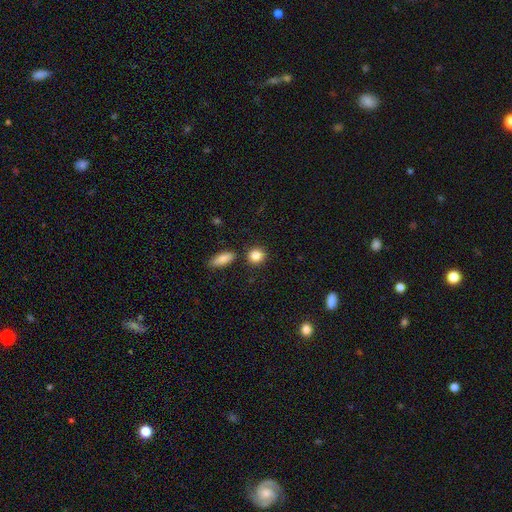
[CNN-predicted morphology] This appears to be a smooth galaxy with no disk features (86%) that is round (76%). Merging: none (81%).